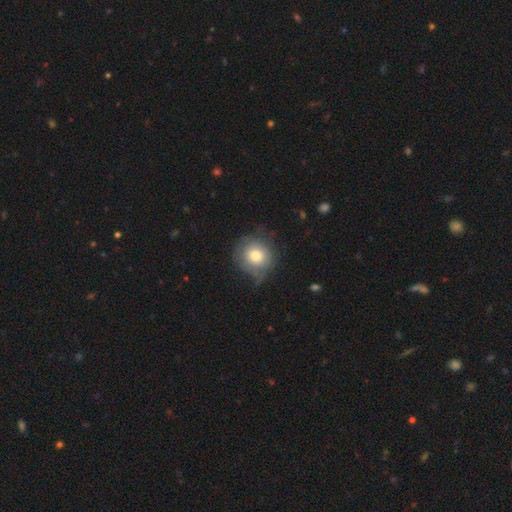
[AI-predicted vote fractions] A smooth galaxy with no disk features (74%) that is round (90%).

Vote fractions:
- Smooth or featured? smooth: 74% / featured or disk: 18% / star or artifact: 8%
- How rounded? round: 90% / in between: 9% / cigar-shaped: 1%
- Merging? none: 62% / minor disturbance: 26% / major disturbance: 10% / merger: 2%